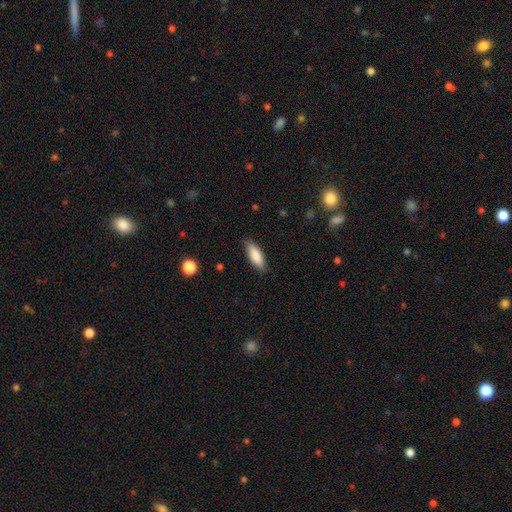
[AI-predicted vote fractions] This is clearly a smooth galaxy (85%). How rounded: likely in between (61%). Merging: clearly none (86%).